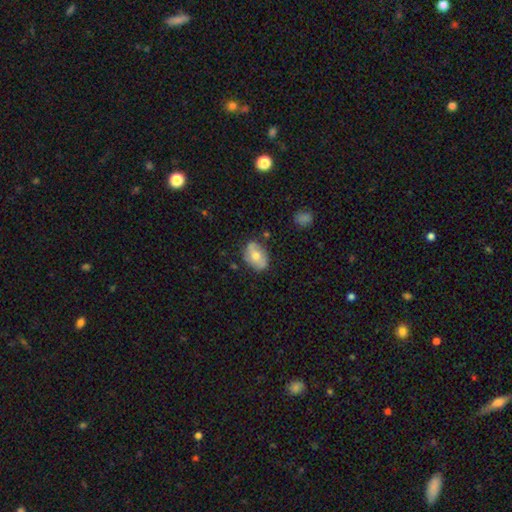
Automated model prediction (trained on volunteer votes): Morphology: type=smooth (51%); roundness=in between (76%); merging=none (72%).